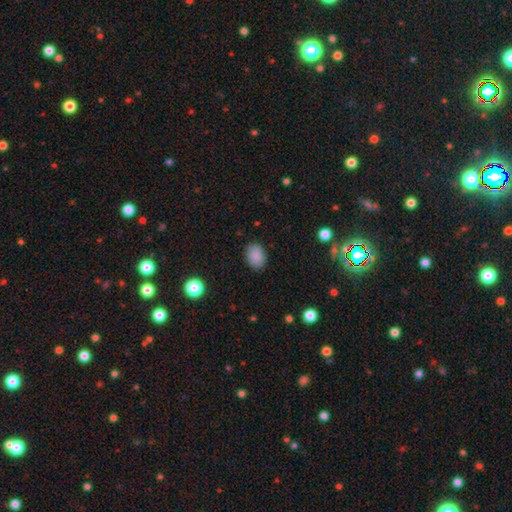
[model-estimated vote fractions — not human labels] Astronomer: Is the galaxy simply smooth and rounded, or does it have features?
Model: smooth — 87%.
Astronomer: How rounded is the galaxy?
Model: in between — 74%.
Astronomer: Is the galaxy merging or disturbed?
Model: none — 86%.